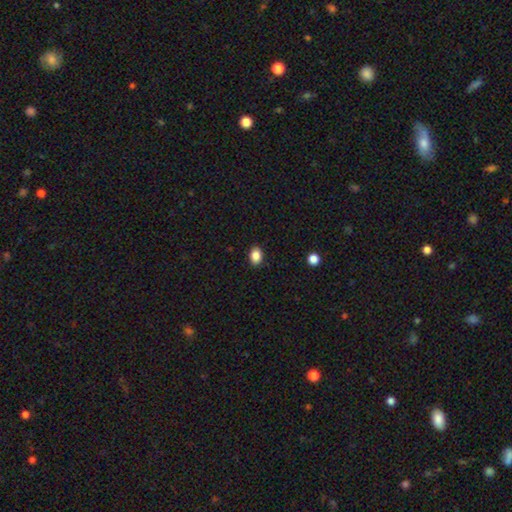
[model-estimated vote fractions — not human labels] A smooth galaxy with no disk features (87%) that is in between round and cigar-shaped (74%).

Vote fractions:
- Smooth or featured? smooth: 87% / star or artifact: 9% / featured or disk: 4%
- How rounded? in between: 74% / round: 25% / cigar-shaped: 1%
- Merging? none: 90% / minor disturbance: 7% / major disturbance: 2% / merger: 1%